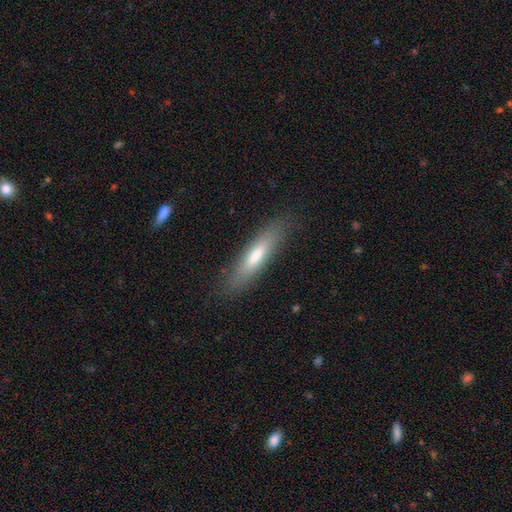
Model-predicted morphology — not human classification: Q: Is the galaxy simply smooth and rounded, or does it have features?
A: smooth — 62%.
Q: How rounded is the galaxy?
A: cigar-shaped — 79%.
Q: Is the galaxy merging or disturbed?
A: none — 86%.